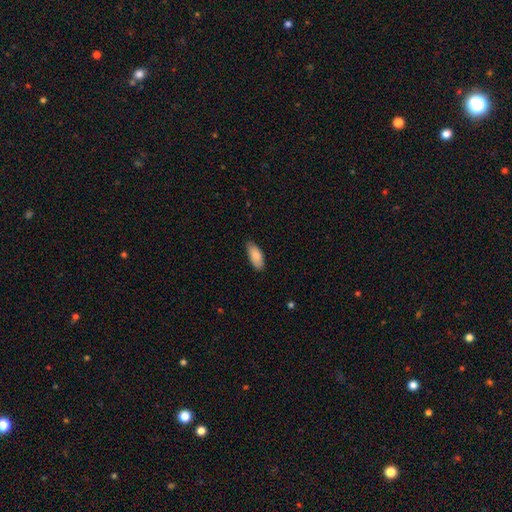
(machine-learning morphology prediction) smooth_or_featured: smooth (p=0.87) [alt: featured or disk p=0.07]
how_rounded: in between (p=0.84) [alt: cigar-shaped p=0.14]
merging: none (p=0.82) [alt: minor disturbance p=0.15]